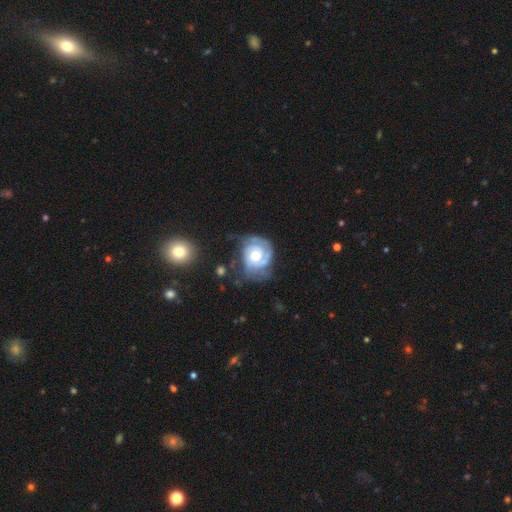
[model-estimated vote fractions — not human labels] Overall: featured or disk (85%). Edge-on disk: no (98%). Bar: no (71%). Spiral arms: yes (95%). Spiral arm count: 2 (43%; can't tell 20%). Spiral winding: tight (69%). Bulge size: moderate (67%). Merging: none (59%; minor disturbance 24%).